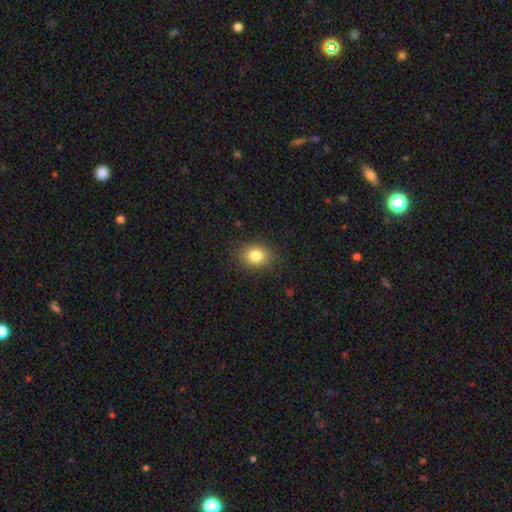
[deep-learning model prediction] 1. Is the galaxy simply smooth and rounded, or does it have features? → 82% smooth, 11% star or artifact, 7% featured or disk.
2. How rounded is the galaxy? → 50% round, 49% in between, 1% cigar-shaped.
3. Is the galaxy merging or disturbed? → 87% none, 9% minor disturbance, 3% major disturbance, 1% merger.